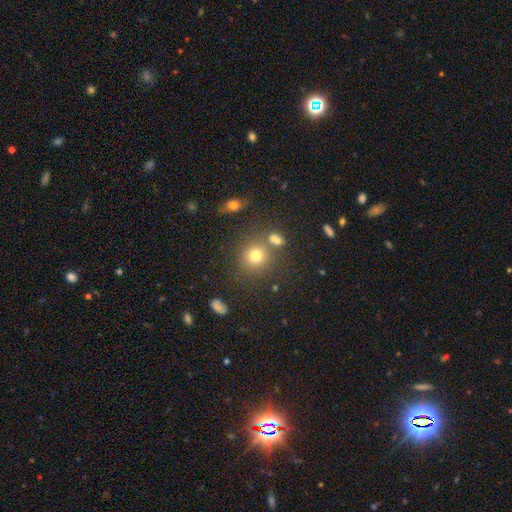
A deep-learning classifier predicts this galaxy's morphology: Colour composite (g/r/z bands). It shows a smooth galaxy with no disk features (73%) that is round (87%). Merging: none (71%).